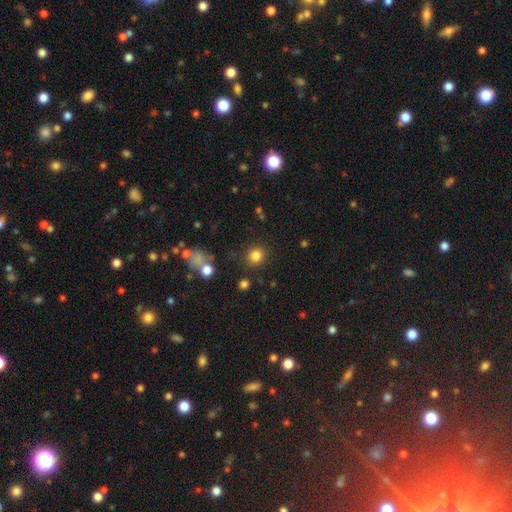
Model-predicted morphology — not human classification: smooth_or_featured: smooth (p=0.82) [alt: star or artifact p=0.13]
how_rounded: round (p=0.88) [alt: in between p=0.11]
merging: none (p=0.86) [alt: minor disturbance p=0.08]